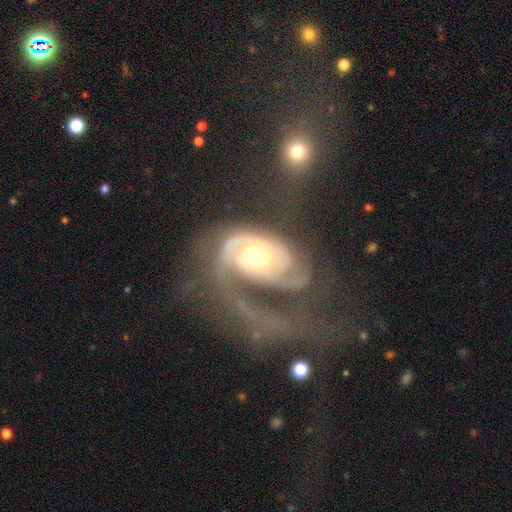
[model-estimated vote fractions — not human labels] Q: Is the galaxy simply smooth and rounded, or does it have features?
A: featured or disk — 88%.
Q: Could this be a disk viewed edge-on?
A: no — 97%.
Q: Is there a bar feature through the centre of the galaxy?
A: no — 68%.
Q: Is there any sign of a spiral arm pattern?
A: yes — 95%.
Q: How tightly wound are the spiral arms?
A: tight — 51%.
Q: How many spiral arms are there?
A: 2 — 38%.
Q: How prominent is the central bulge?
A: moderate — 67%.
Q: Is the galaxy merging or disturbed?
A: major disturbance — 53%.